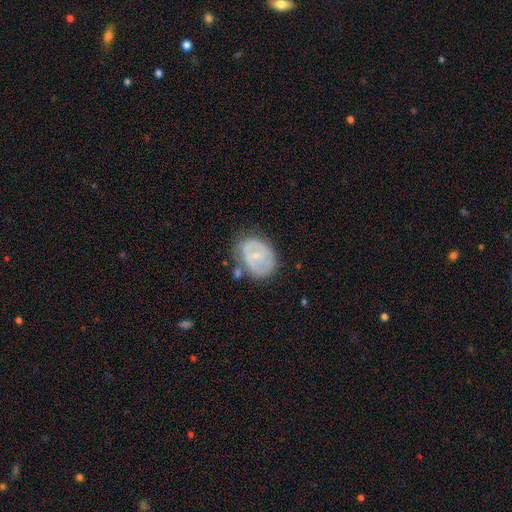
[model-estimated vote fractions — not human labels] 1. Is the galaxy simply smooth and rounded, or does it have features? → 54% featured or disk, 39% smooth, 7% star or artifact.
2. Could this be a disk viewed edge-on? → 95% no, 5% yes.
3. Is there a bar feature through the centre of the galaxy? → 56% no, 33% weak, 11% strong.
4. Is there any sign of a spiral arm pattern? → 57% no, 43% yes.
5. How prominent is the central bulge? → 68% small, 27% moderate, 3% none, 1% large, 1% dominant.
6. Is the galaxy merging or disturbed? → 60% none, 24% minor disturbance, 10% major disturbance, 6% merger.